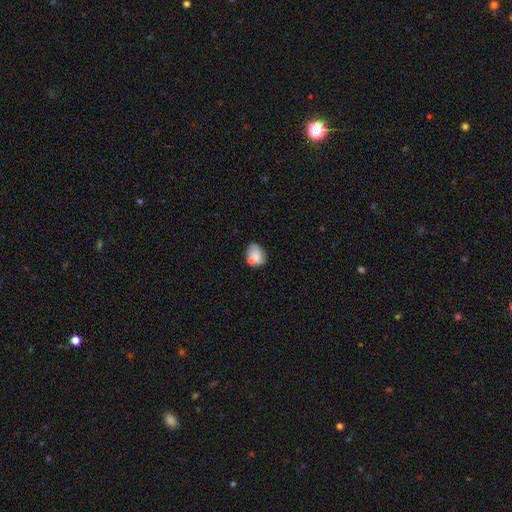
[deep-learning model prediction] smooth-or-featured: smooth: 72% | featured or disk: 19% | star or artifact: 9%
  how-rounded: in between: 61% | round: 37% | cigar-shaped: 1%
  merging: none: 48% | minor disturbance: 23% | merger: 21% | major disturbance: 8%